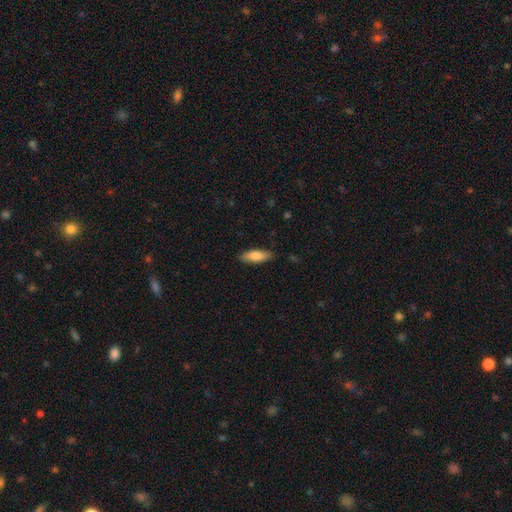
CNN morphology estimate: Smooth or featured? Predicted: smooth (p=0.80). How rounded? Predicted: in between (p=0.58). Merging? Predicted: none (p=0.86).